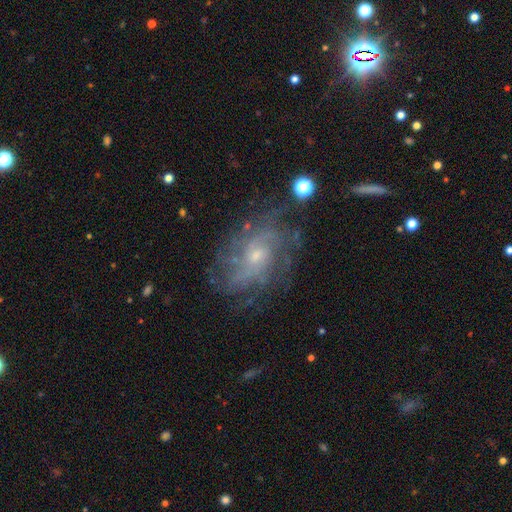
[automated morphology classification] Smooth or featured? Predicted: featured or disk (p=0.79). Edge-on disk? Predicted: no (p=0.96). Bar? Predicted: no (p=0.72). Spiral arms? Predicted: yes (p=0.88). Spiral winding? Predicted: tight (p=0.46). Spiral arm count? Predicted: can't tell (p=0.46). Bulge size? Predicted: small (p=0.66). Merging? Predicted: none (p=0.70).